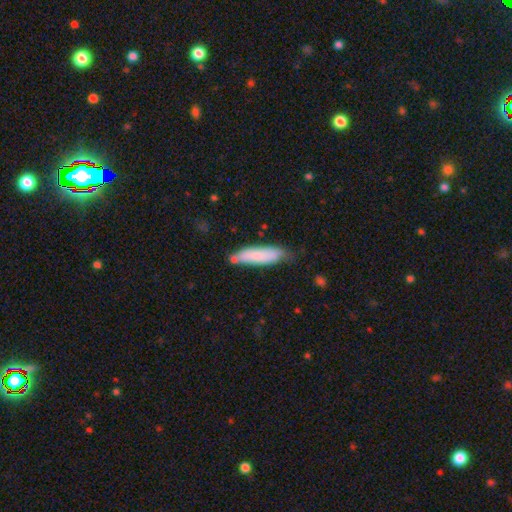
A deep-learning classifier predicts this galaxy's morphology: smooth 78%, featured or disk 16%, star or artifact 6%. Down the decision tree: how rounded — cigar-shaped (62%); merging — none (60%).